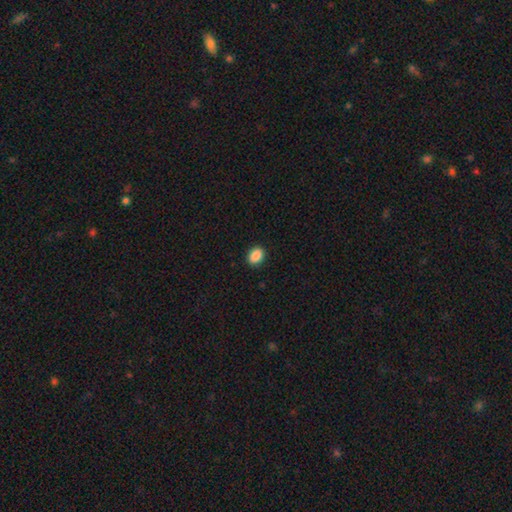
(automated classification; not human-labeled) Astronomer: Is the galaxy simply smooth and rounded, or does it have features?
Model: smooth — 89%.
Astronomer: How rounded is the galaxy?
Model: in between — 70%.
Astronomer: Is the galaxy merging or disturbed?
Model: none — 91%.